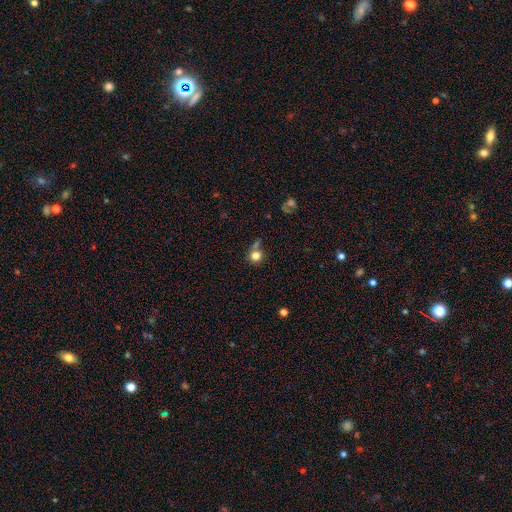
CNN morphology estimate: smooth 79%, star or artifact 12%, featured or disk 9%. Down the decision tree: how rounded — round (88%); merging — none (59%).